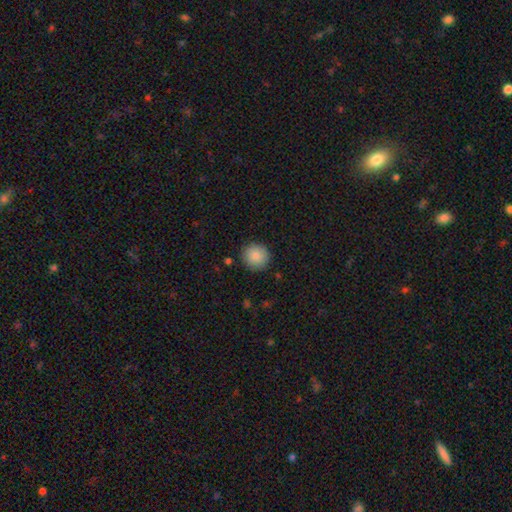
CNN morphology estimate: Smooth or featured?
  - smooth: 88% *
  - star or artifact: 8%
  - featured or disk: 4%
How rounded?
  - round: 93% *
  - in between: 6%
  - cigar-shaped: 1%
Merging?
  - none: 90% *
  - minor disturbance: 7%
  - major disturbance: 2%
  - merger: 1%